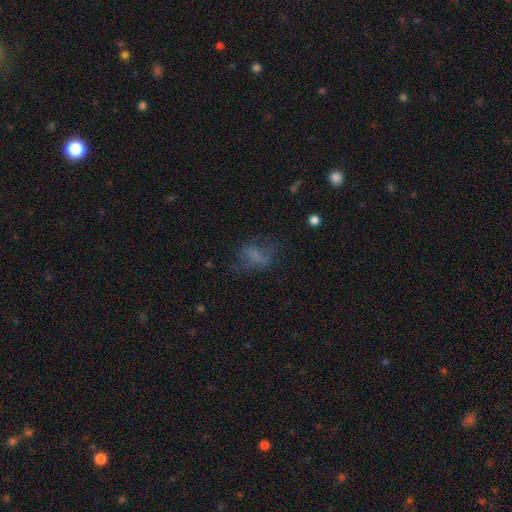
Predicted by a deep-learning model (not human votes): smooth 53%, featured or disk 29%, star or artifact 18%. Down the decision tree: how rounded — in between (73%); merging — none (46%).